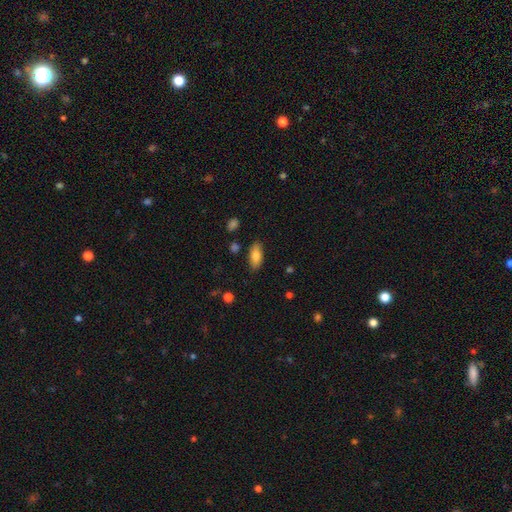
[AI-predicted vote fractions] Morphology: type=smooth (79%); roundness=in between (86%); merging=none (82%).